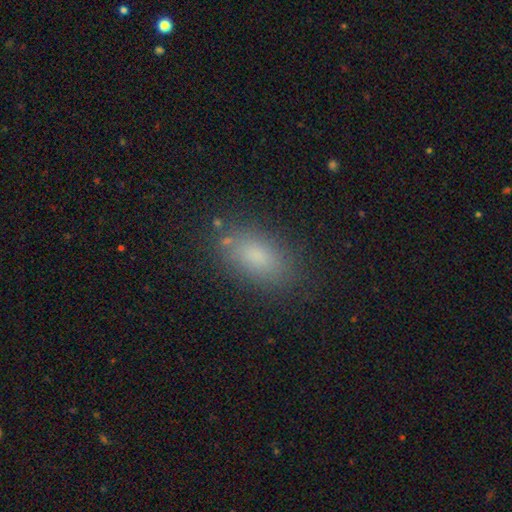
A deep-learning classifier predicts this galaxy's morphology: Smooth or featured: smooth — 81% (star or artifact — 11%)
How rounded: in between — 89% (cigar-shaped — 6%)
Merging: none — 83% (minor disturbance — 11%)